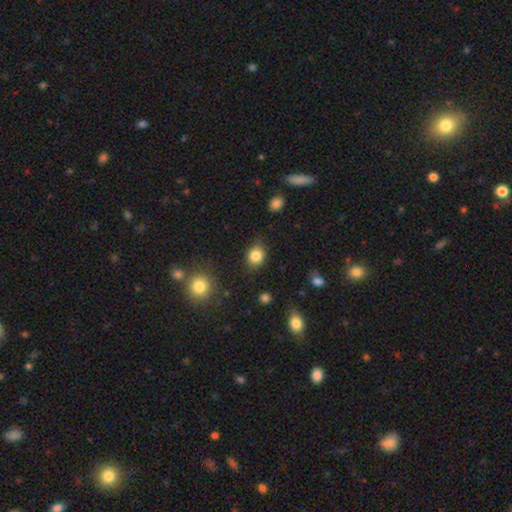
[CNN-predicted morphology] Q: Smooth or featured?
A: smooth (84%); runner-up: star or artifact (10%)
Q: How rounded?
A: round (61%); runner-up: in between (38%)
Q: Merging?
A: none (79%); runner-up: minor disturbance (16%)